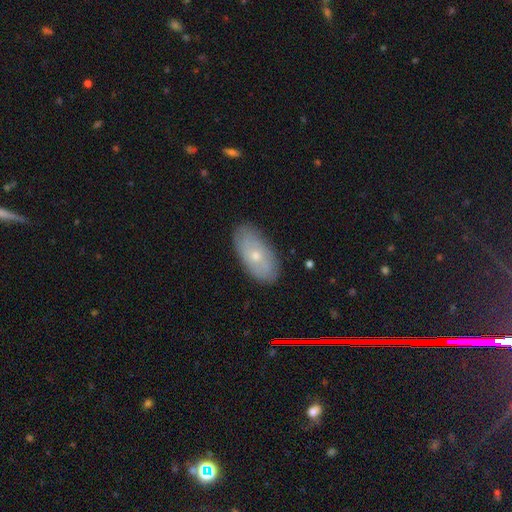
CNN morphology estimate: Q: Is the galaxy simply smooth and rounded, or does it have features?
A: smooth — 53%.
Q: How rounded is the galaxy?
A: in between — 92%.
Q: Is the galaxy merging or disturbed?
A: none — 83%.